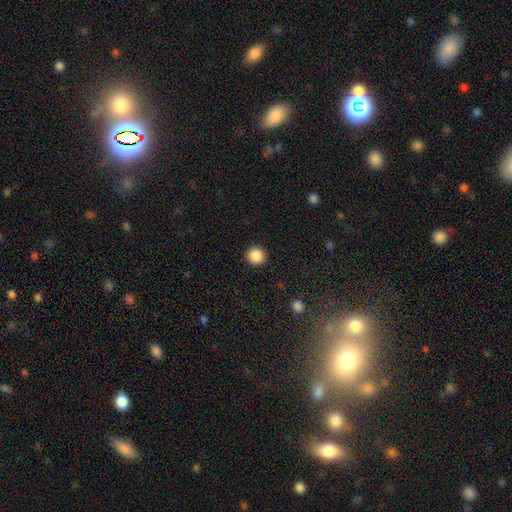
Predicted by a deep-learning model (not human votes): Q: Smooth or featured?
A: smooth (88%); runner-up: star or artifact (9%)
Q: How rounded?
A: round (93%); runner-up: in between (6%)
Q: Merging?
A: none (92%); runner-up: minor disturbance (5%)